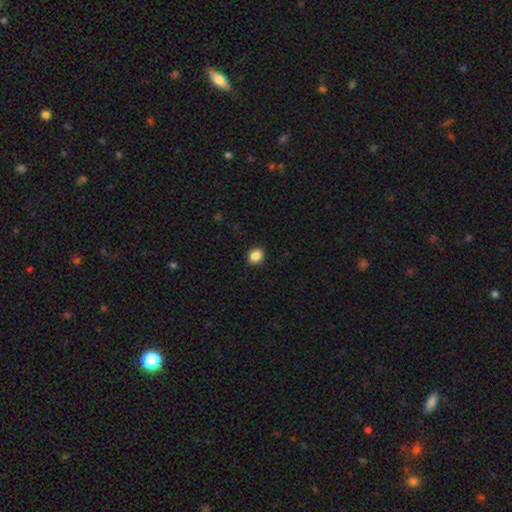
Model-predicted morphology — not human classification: A smooth galaxy with no disk features (88%) that is round (56%). Merging: none (90%).